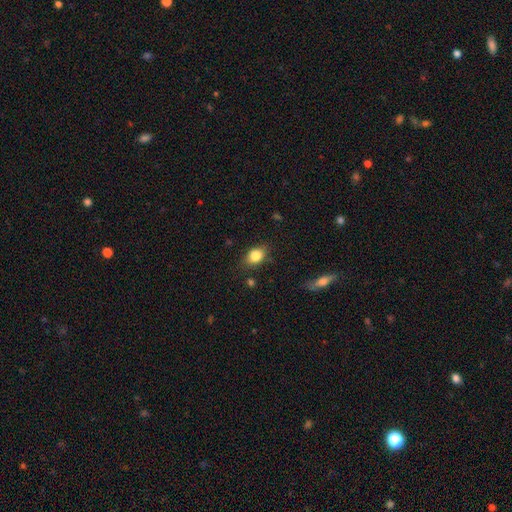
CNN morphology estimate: A smooth galaxy with no disk features (82%) that is in between round and cigar-shaped (73%). Merging: none (77%).